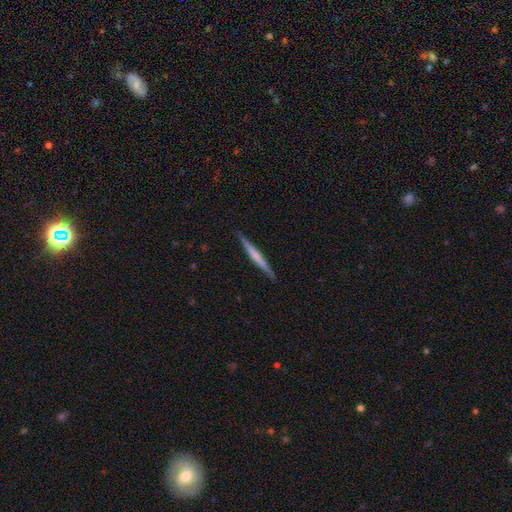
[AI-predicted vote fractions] Overall: featured or disk (53%; smooth 42%). Edge-on disk: yes (98%). Edge-on bulge: none (68%). Merging: none (91%).